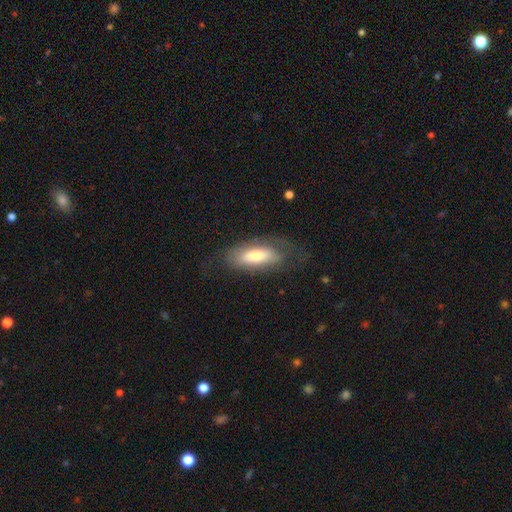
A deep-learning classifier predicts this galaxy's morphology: The model was most divided on "smooth or featured": smooth: 61%, featured or disk: 32%, star or artifact: 7%. More confident: how rounded — in between (74%); merging — none (63%).